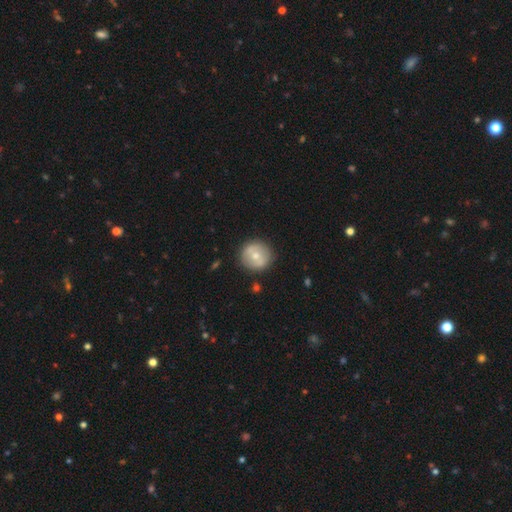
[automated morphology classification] Smooth or featured?
  - smooth: 55% *
  - featured or disk: 38%
  - star or artifact: 7%
How rounded?
  - round: 93% *
  - in between: 6%
  - cigar-shaped: 1%
Merging?
  - none: 85% *
  - minor disturbance: 10%
  - major disturbance: 3%
  - merger: 2%